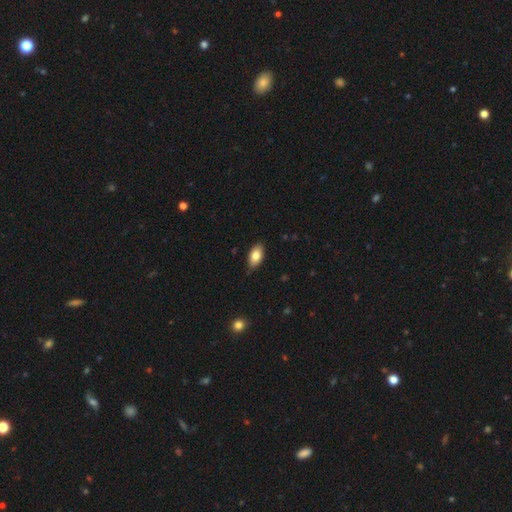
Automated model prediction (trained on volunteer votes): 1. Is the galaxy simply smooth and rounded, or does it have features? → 82% smooth, 11% featured or disk, 7% star or artifact.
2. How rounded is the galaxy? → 92% in between, 4% cigar-shaped, 4% round.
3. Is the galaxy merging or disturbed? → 83% none, 14% minor disturbance, 2% major disturbance, 1% merger.